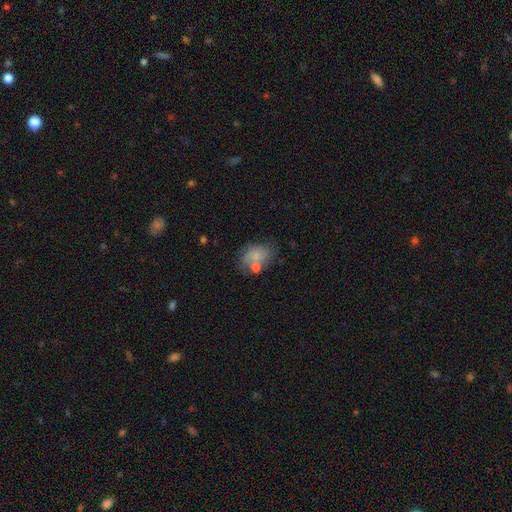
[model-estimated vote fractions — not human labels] Q: Smooth or featured?
A: smooth (65%); runner-up: featured or disk (25%)
Q: How rounded?
A: in between (74%); runner-up: round (24%)
Q: Merging?
A: none (47%); runner-up: minor disturbance (23%)